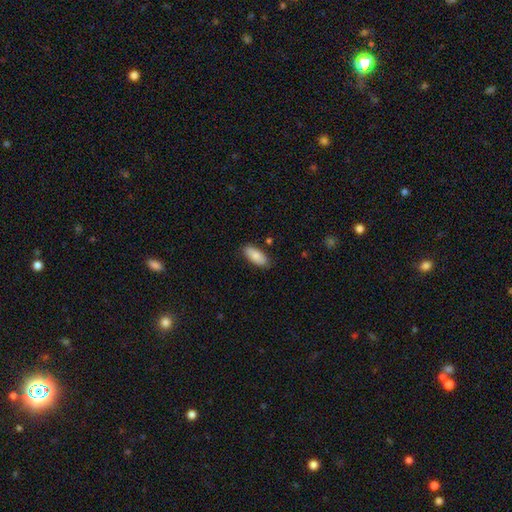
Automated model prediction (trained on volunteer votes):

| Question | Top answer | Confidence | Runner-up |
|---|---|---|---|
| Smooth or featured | smooth | 83% | featured or disk (11%) |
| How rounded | in between | 86% | cigar-shaped (12%) |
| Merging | none | 84% | minor disturbance (12%) |